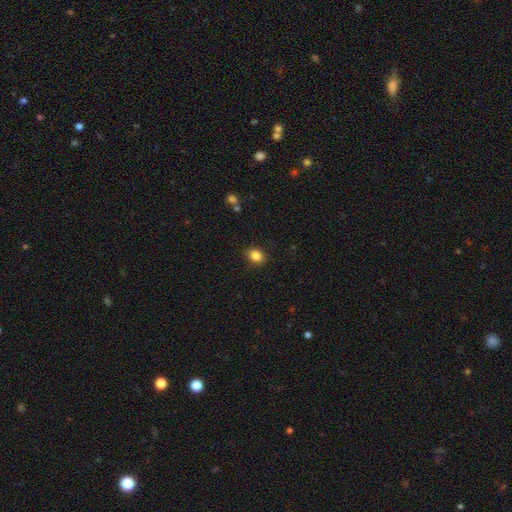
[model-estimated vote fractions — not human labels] A smooth galaxy with no disk features (85%) that is round (53%). Merging: none (87%).